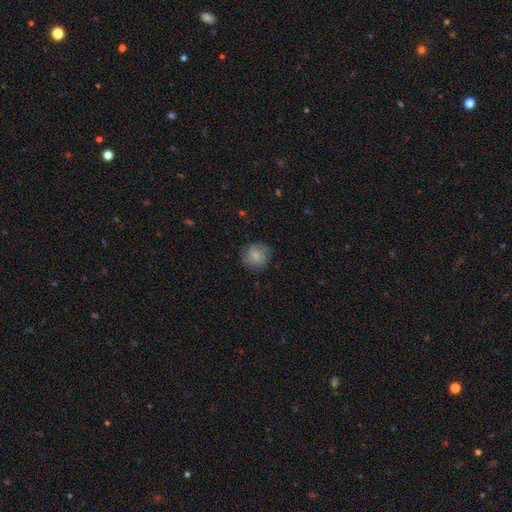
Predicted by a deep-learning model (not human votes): smooth_or_featured: smooth (p=0.71) [alt: featured or disk p=0.21]
how_rounded: round (p=0.89) [alt: in between p=0.10]
merging: none (p=0.75) [alt: minor disturbance p=0.18]